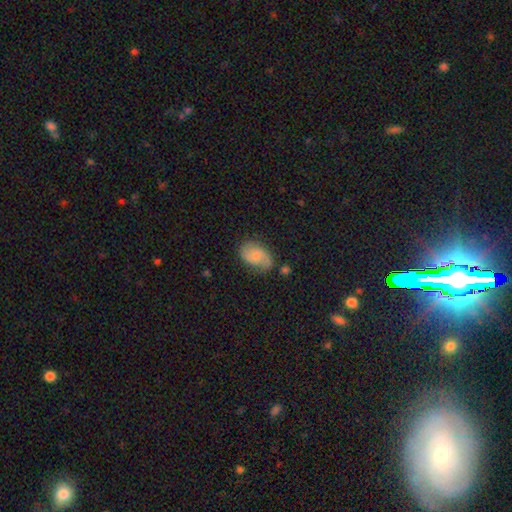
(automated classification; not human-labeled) Smooth or featured? Predicted: featured or disk (p=0.53). Edge-on disk? Predicted: no (p=0.97). Bar? Predicted: no (p=0.63). Spiral arms? Predicted: yes (p=0.89). Bulge size? Predicted: small (p=0.53). Merging? Predicted: none (p=0.66).